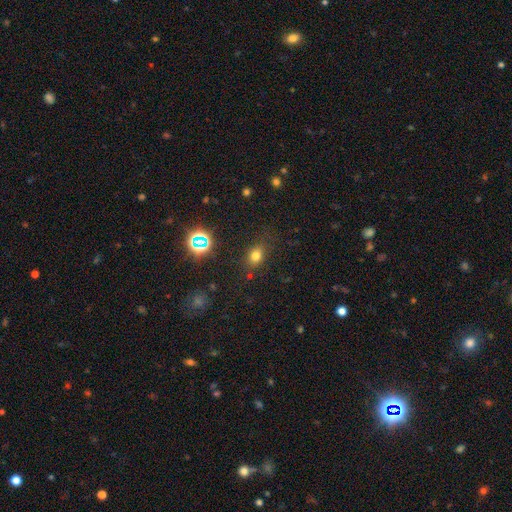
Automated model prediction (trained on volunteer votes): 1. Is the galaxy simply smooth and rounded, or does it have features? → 71% smooth, 21% star or artifact, 8% featured or disk.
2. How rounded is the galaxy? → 54% in between, 45% round, 2% cigar-shaped.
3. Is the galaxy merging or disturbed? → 76% none, 15% minor disturbance, 6% major disturbance, 3% merger.